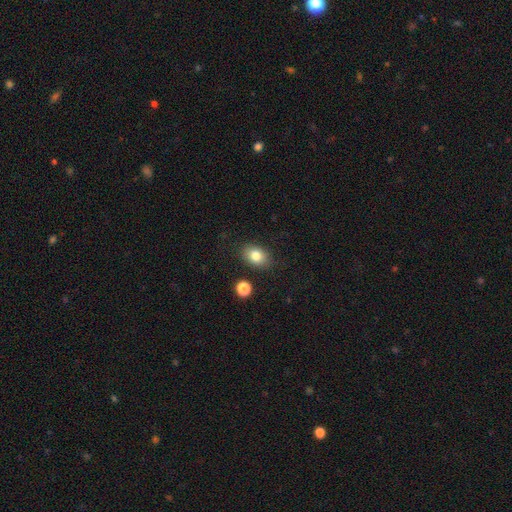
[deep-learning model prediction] Smooth or featured? smooth (81%)
How rounded? in between (73%)
Merging? none (84%)